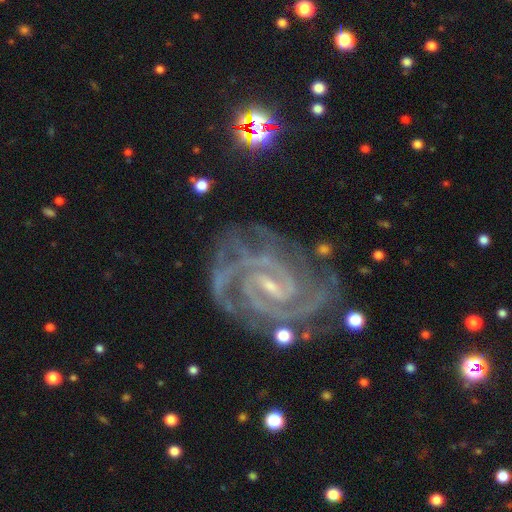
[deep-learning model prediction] A featured or disk galaxy (91%) with a weak bar (49%), 2 (47%) tight (74%) spiral arms (99%) and a small central bulge (78%).

Vote fractions:
- Smooth or featured? featured or disk: 91% / star or artifact: 6% / smooth: 3%
- Edge-on disk? no: 98% / yes: 2%
- Bar? weak: 49% / strong: 31% / no: 20%
- Spiral arms? yes: 99% / no: 1%
- Spiral winding? tight: 74% / medium: 23% / loose: 3%
- Spiral arm count? 2: 47% / 3: 18% / 4: 12% / can't tell: 11% / more than 4: 6% / 1: 6%
- Bulge size? small: 78% / moderate: 12% / none: 8% / large: 1% / dominant: 1%
- Merging? none: 75% / minor disturbance: 17% / major disturbance: 6% / merger: 2%